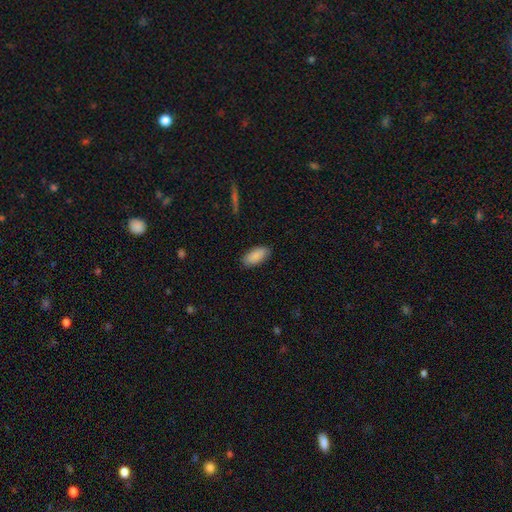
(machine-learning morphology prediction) type=smooth (89%); roundness=in between (90%); merging=none (87%).